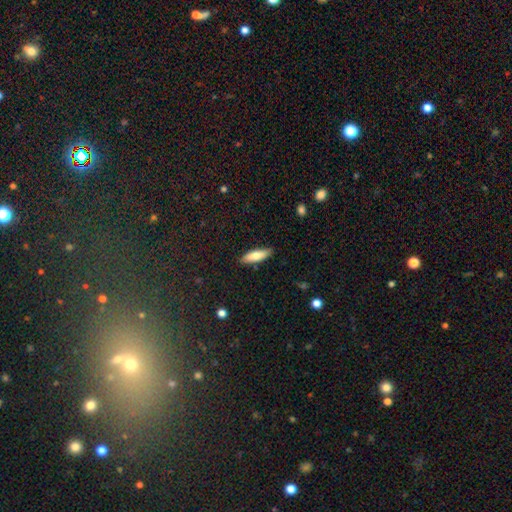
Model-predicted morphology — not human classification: Smooth or featured? smooth (76%)
How rounded? cigar-shaped (50%)
Merging? none (86%)